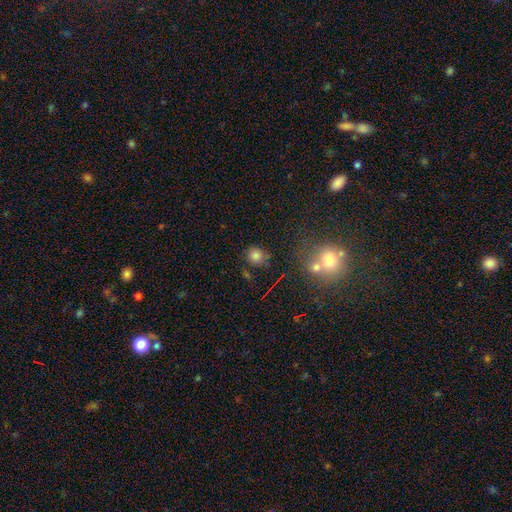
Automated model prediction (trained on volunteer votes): Morphology: type=smooth (78%); roundness=round (81%); merging=none (71%).